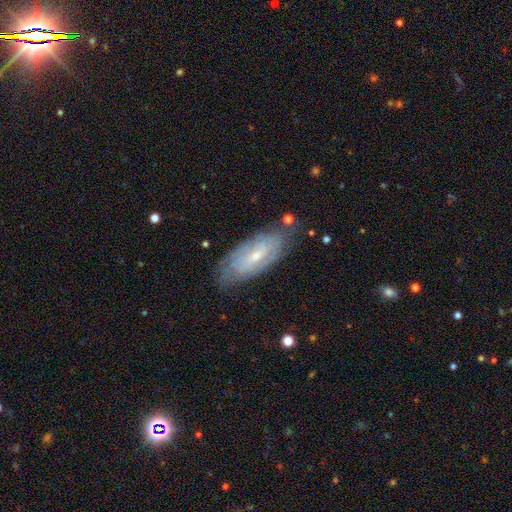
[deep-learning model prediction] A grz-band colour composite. It shows a featured or disk galaxy (69%) with a weak bar (47%), spiral arms (81%) and a small central bulge (63%). Merging: none (76%).